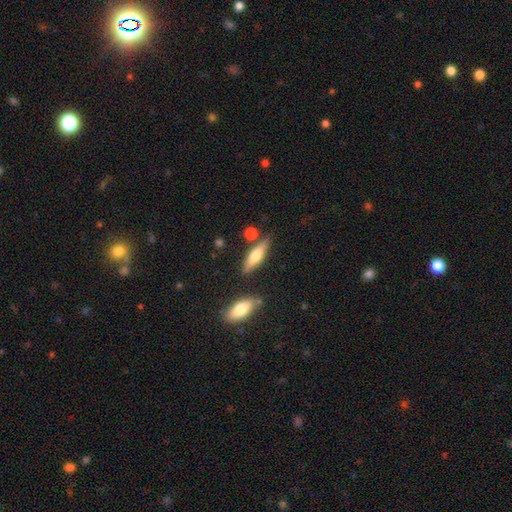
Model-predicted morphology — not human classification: A smooth galaxy with no disk features (58%) that is cigar-shaped (57%). Merging: none (76%).